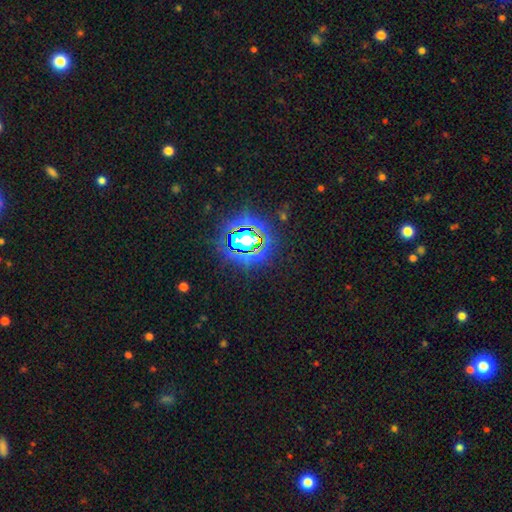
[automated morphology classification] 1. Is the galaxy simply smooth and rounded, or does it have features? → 83% star or artifact, 10% smooth, 7% featured or disk.